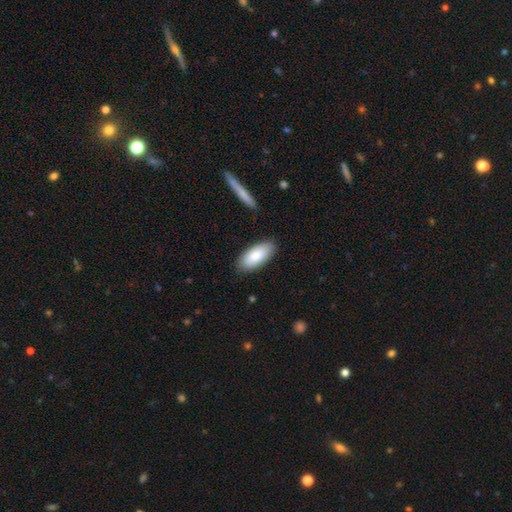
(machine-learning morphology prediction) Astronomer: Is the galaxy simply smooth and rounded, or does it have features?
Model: smooth — 85%.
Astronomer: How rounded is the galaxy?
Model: in between — 89%.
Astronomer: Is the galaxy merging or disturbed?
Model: none — 85%.